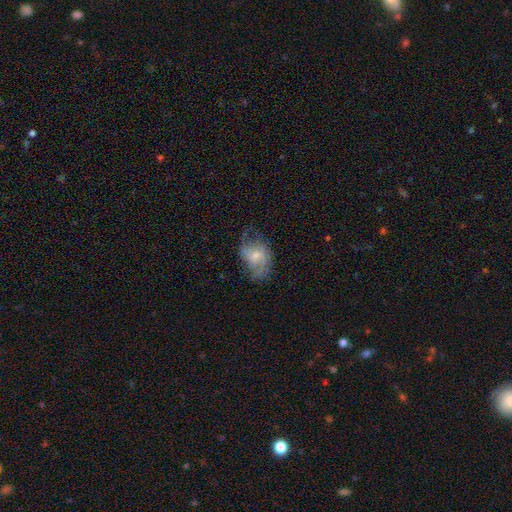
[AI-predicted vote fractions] Morphology: type=featured or disk (56%); edge-on=no (97%); bar=no (61%); spiral arms=yes (76%); bulge=small (50%); merging=none (46%).